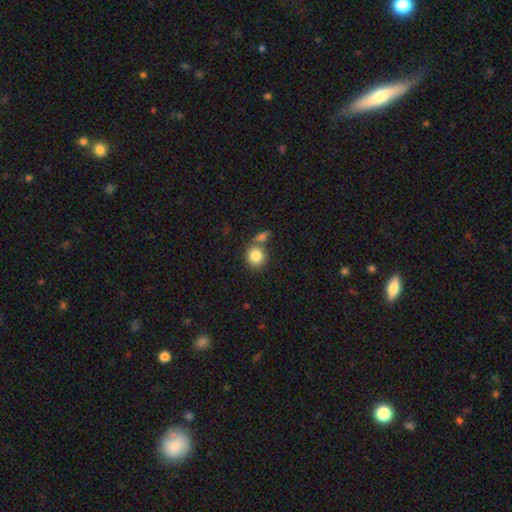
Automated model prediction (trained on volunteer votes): Smooth or featured? smooth (83%)
How rounded? round (83%)
Merging? none (57%)